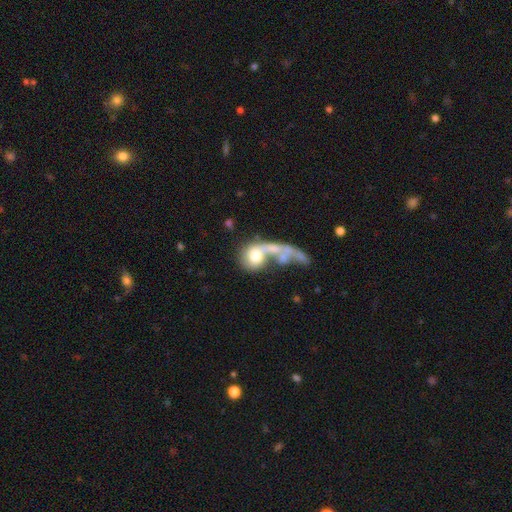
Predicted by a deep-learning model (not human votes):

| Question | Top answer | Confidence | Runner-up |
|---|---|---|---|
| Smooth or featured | smooth | 54% | featured or disk (37%) |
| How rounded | round | 65% | in between (31%) |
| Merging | merger | 45% | major disturbance (33%) |